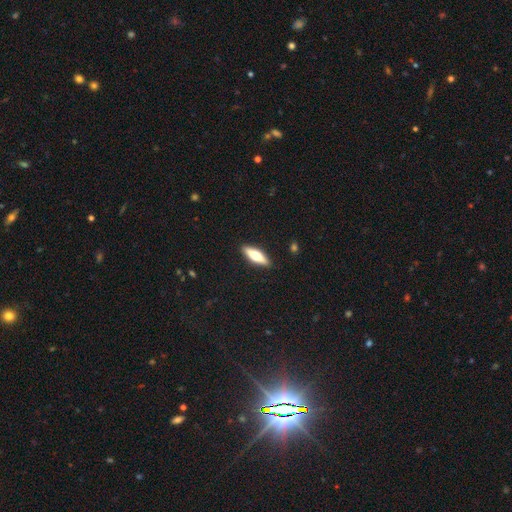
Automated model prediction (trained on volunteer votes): Smooth or featured?
  - smooth: 57% *
  - featured or disk: 37%
  - star or artifact: 6%
How rounded?
  - cigar-shaped: 52% *
  - in between: 46%
  - round: 2%
Merging?
  - none: 90% *
  - minor disturbance: 7%
  - major disturbance: 2%
  - merger: 1%